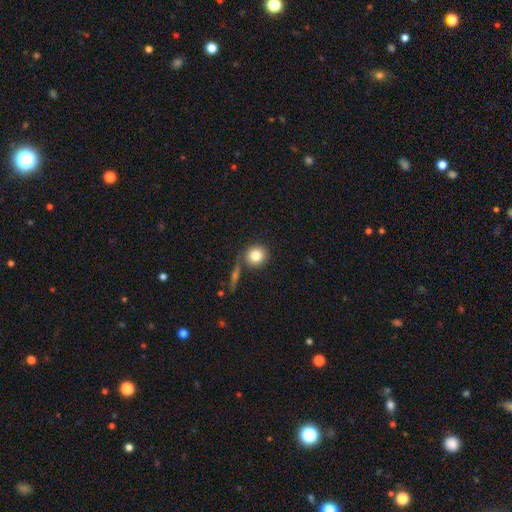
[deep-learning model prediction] smooth 82%, featured or disk 9%, star or artifact 9%. Down the decision tree: how rounded — round (88%); merging — none (75%).